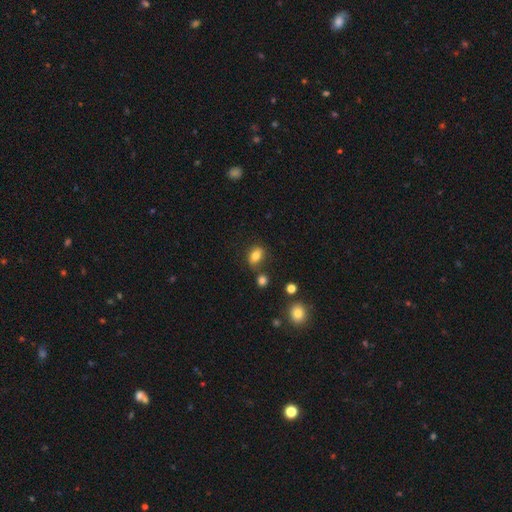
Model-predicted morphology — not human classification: smooth-or-featured: smooth: 79% | star or artifact: 11% | featured or disk: 10%
  how-rounded: in between: 77% | round: 20% | cigar-shaped: 3%
  merging: none: 73% | minor disturbance: 15% | merger: 9% | major disturbance: 4%